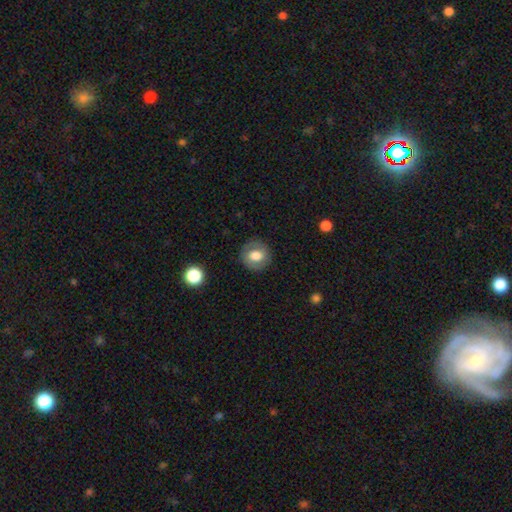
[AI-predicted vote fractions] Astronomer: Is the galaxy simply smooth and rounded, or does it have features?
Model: smooth — 67%.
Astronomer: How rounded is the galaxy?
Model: round — 82%.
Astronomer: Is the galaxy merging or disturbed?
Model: none — 85%.